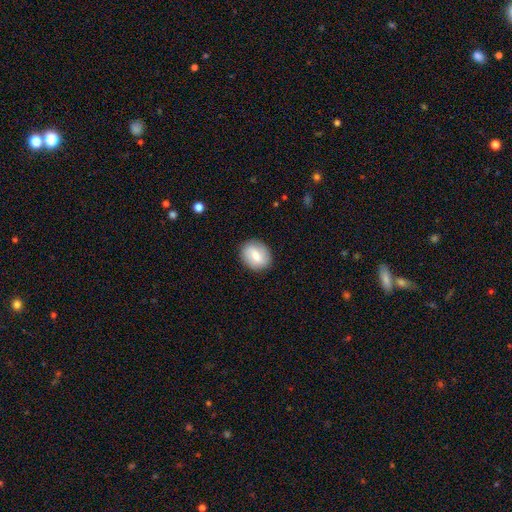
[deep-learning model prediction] Q: Smooth or featured?
A: smooth (70%); runner-up: featured or disk (23%)
Q: How rounded?
A: round (53%); runner-up: in between (46%)
Q: Merging?
A: none (87%); runner-up: minor disturbance (10%)